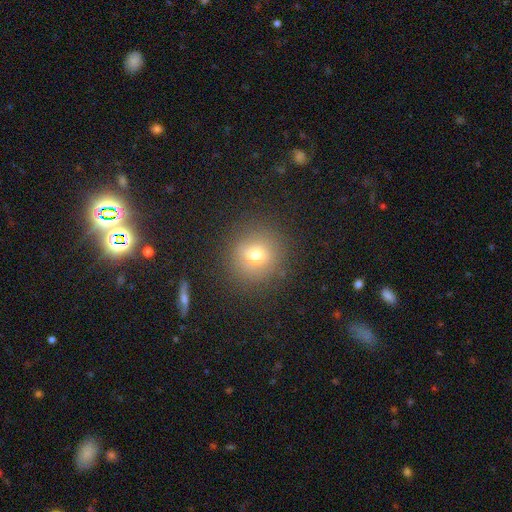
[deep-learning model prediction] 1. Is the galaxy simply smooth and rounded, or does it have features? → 69% smooth, 17% star or artifact, 14% featured or disk.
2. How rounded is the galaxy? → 91% round, 8% in between, 1% cigar-shaped.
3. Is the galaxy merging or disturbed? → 86% none, 9% minor disturbance, 3% major disturbance, 2% merger.